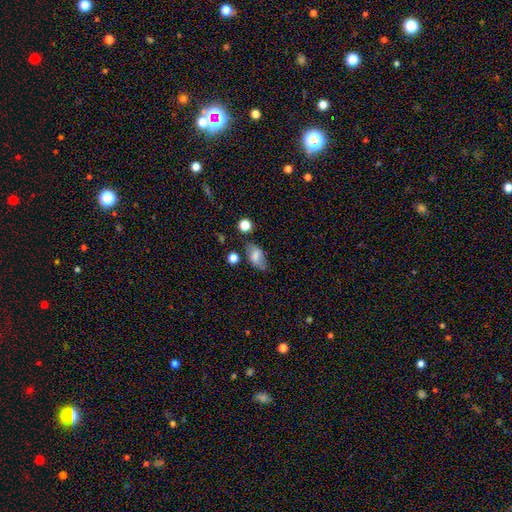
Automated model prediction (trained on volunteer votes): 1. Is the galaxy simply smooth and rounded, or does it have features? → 67% smooth, 23% featured or disk, 10% star or artifact.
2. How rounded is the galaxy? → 88% in between, 8% round, 5% cigar-shaped.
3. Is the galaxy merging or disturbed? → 67% none, 22% minor disturbance, 7% major disturbance, 4% merger.